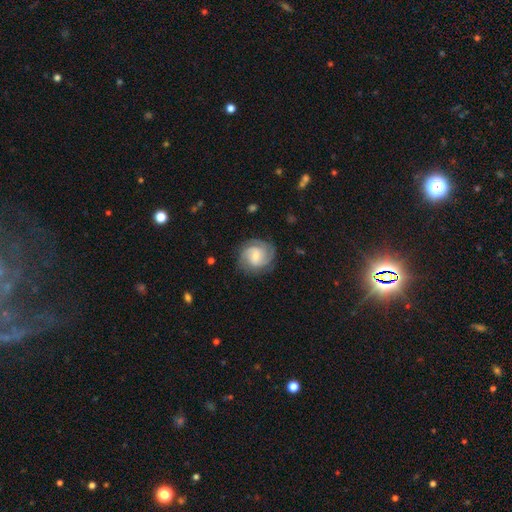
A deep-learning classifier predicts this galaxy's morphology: This is likely a featured or disk galaxy (74%). It is clearly not viewed edge-on (98%). Bar: possibly weak (50%). Spiral arm pattern: clearly yes (94%). Spiral arm count: marginally 2 (37%). Spiral winding: possibly tight (53%). Central bulge: possibly small (52%). Merging: likely none (78%).